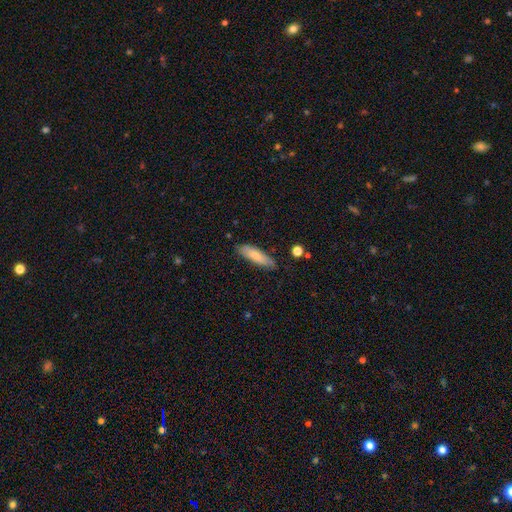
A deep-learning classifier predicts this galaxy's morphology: A smooth galaxy with no disk features (75%) that is cigar-shaped (58%). Merging: none (79%).